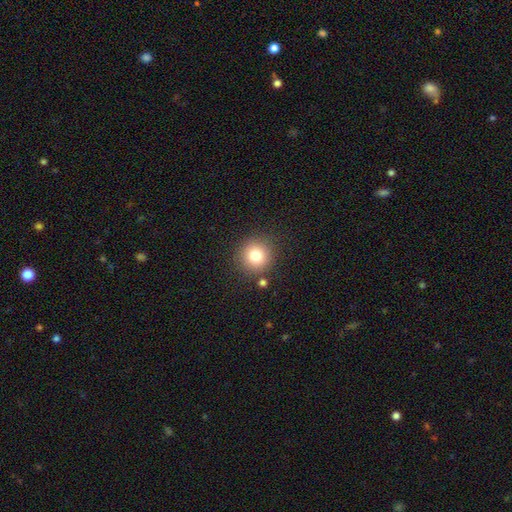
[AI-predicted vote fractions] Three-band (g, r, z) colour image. It shows a smooth galaxy with no disk features (80%) that is round (92%). Merging: none (84%).